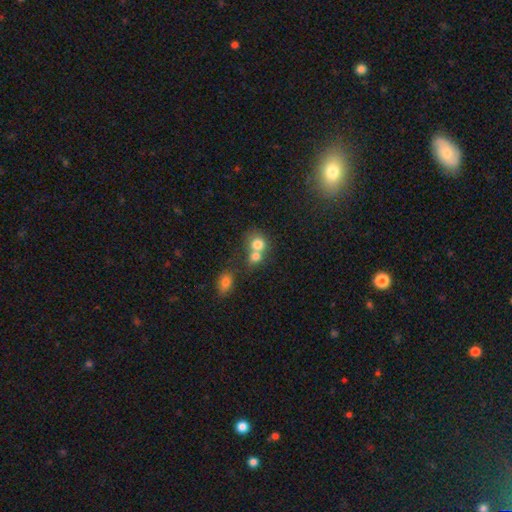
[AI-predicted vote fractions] Overall: smooth (76%). How rounded: round (68%; in between 31%). Merging: merger (62%; none 28%).